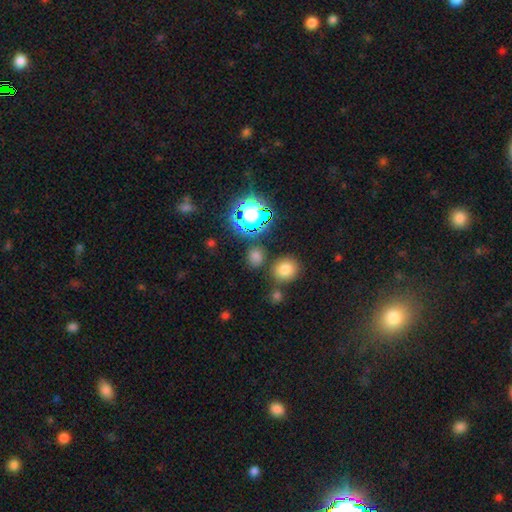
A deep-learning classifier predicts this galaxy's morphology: This is likely a smooth galaxy (65%). How rounded: likely round (75%). Merging: clearly none (80%).